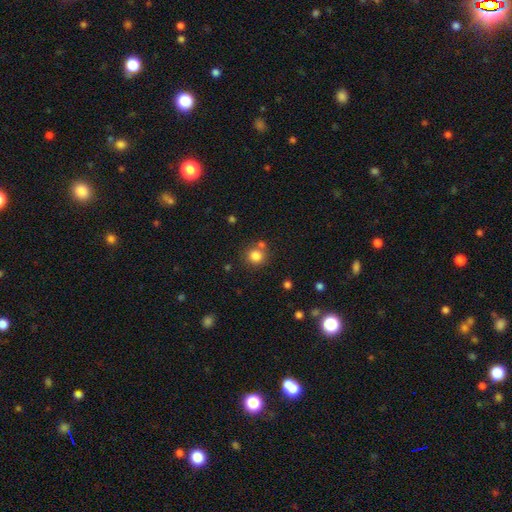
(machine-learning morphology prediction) A smooth galaxy with no disk features (82%) that is round (89%). Merging: none (72%).